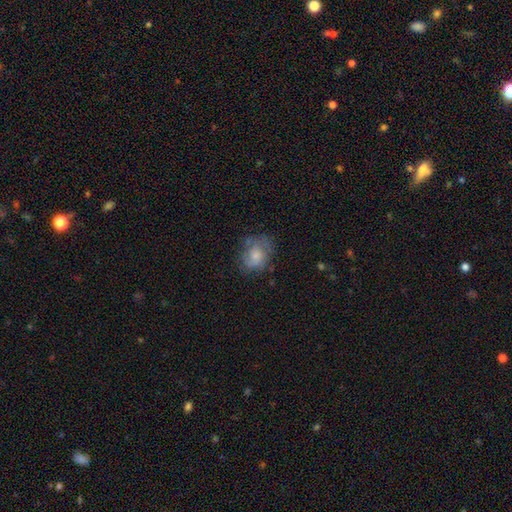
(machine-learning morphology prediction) smooth-or-featured: smooth: 58% | featured or disk: 34% | star or artifact: 9%
  how-rounded: in between: 50% | round: 49% | cigar-shaped: 1%
  merging: none: 55% | minor disturbance: 27% | major disturbance: 16% | merger: 2%